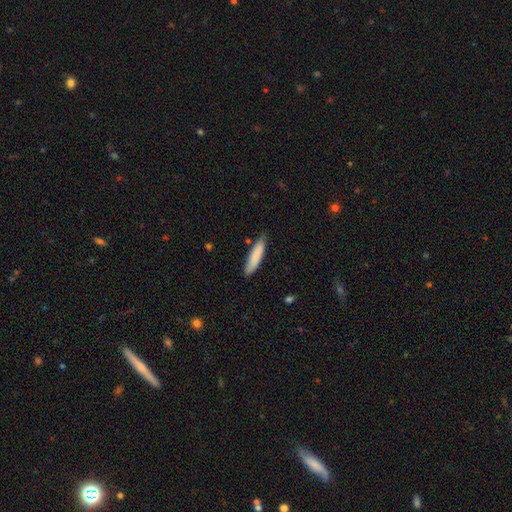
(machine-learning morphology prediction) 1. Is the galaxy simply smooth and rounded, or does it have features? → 84% smooth, 10% featured or disk, 6% star or artifact.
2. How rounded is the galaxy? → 79% cigar-shaped, 20% in between, 1% round.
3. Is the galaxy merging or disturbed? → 81% none, 15% minor disturbance, 2% major disturbance, 2% merger.